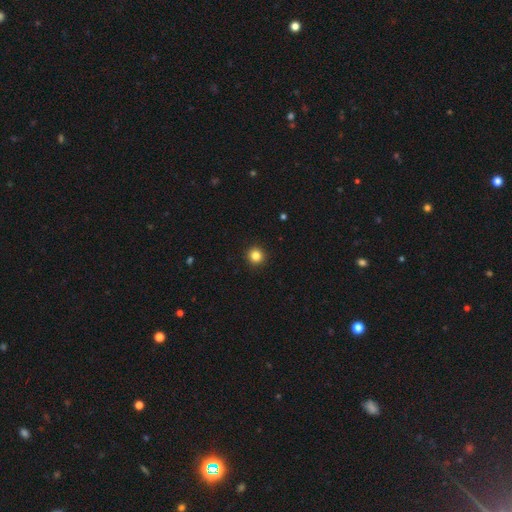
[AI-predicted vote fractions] This appears to be a smooth galaxy with no disk features (84%) that is round (95%). Merging: none (93%).